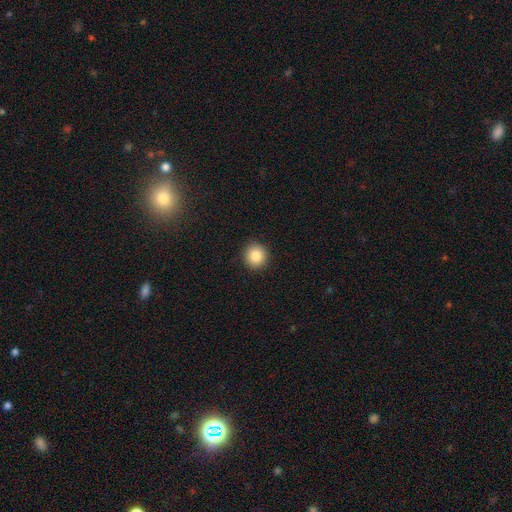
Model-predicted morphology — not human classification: smooth-or-featured: smooth: 84% | star or artifact: 10% | featured or disk: 6%
  how-rounded: round: 93% | in between: 6% | cigar-shaped: 1%
  merging: none: 92% | minor disturbance: 5% | major disturbance: 2% | merger: 1%